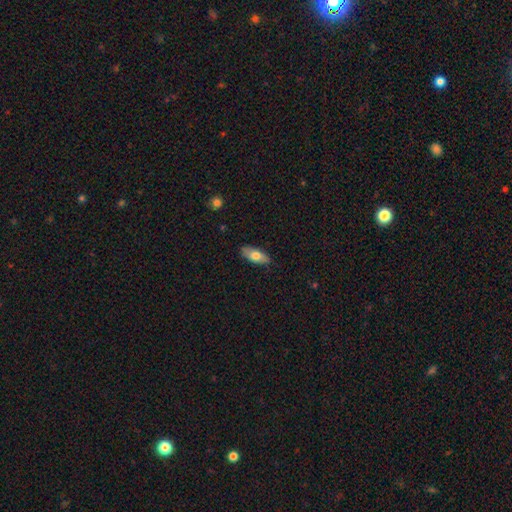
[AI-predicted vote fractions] smooth_or_featured: smooth (p=0.72) [alt: featured or disk p=0.22]
how_rounded: in between (p=0.84) [alt: cigar-shaped p=0.14]
merging: none (p=0.85) [alt: minor disturbance p=0.12]